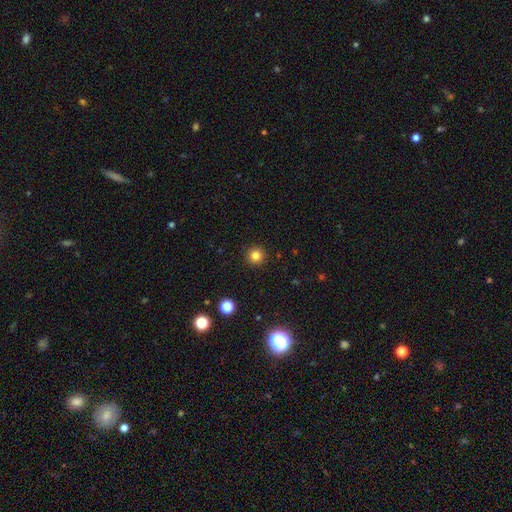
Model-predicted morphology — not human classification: Smooth or featured? smooth (82%)
How rounded? round (95%)
Merging? none (93%)